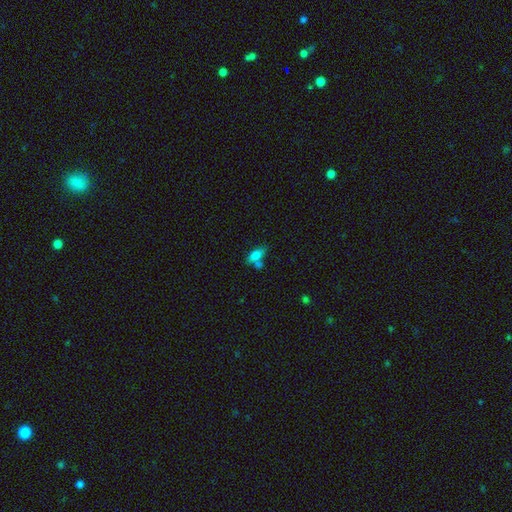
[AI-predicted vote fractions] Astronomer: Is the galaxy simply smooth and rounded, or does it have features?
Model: smooth — 75%.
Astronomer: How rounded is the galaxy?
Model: in between — 81%.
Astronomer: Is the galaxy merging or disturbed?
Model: none — 49% (runner-up: merger, 29%).